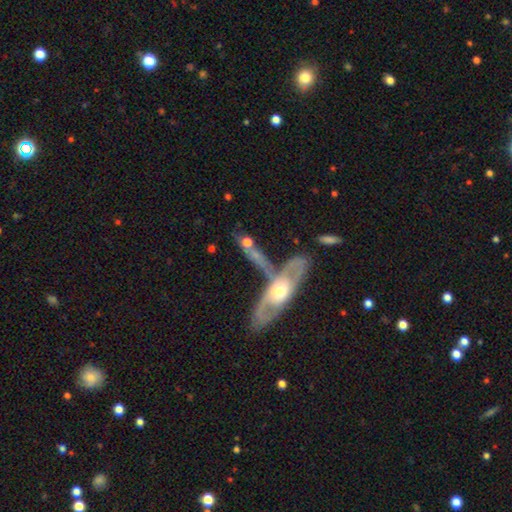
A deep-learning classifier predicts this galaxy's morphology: Smooth or featured? Predicted: featured or disk (p=0.60). Edge-on disk? Predicted: yes (p=0.50, tied with no). Merging? Predicted: none (p=0.40).